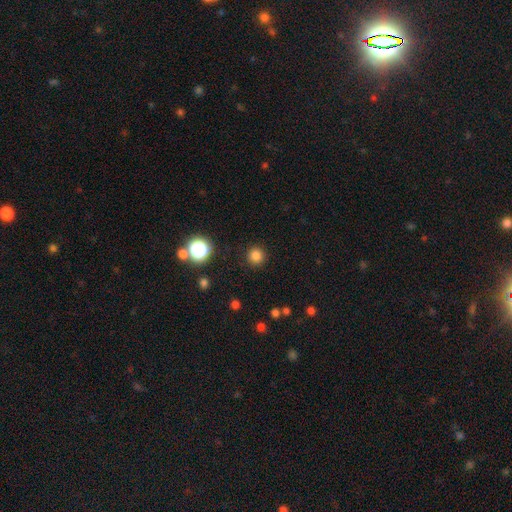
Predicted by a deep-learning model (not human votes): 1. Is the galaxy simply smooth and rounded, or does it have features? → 81% smooth, 15% star or artifact, 4% featured or disk.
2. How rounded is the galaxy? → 95% round, 4% in between, 1% cigar-shaped.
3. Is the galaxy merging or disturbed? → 91% none, 5% minor disturbance, 2% major disturbance, 1% merger.